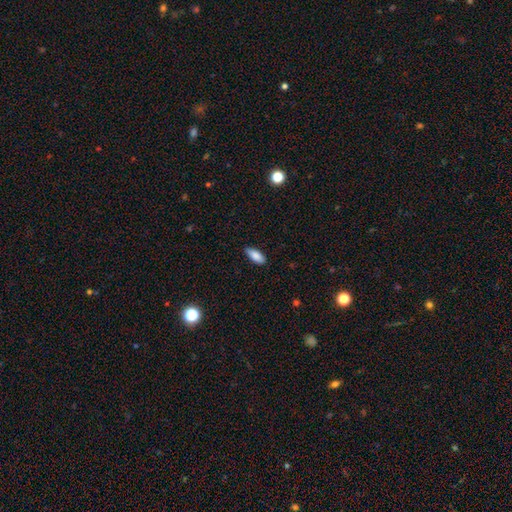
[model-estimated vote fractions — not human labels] smooth 87%, star or artifact 7%, featured or disk 6%. Down the decision tree: how rounded — in between (80%); merging — none (85%).